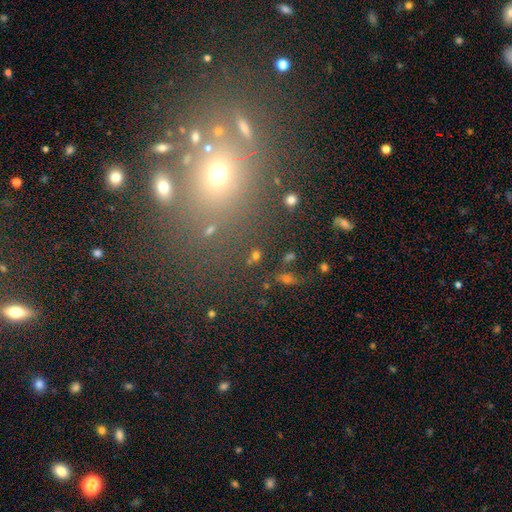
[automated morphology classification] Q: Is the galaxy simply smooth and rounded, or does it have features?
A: smooth — 57%.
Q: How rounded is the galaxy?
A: in between — 52%.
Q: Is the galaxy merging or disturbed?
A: none — 76%.